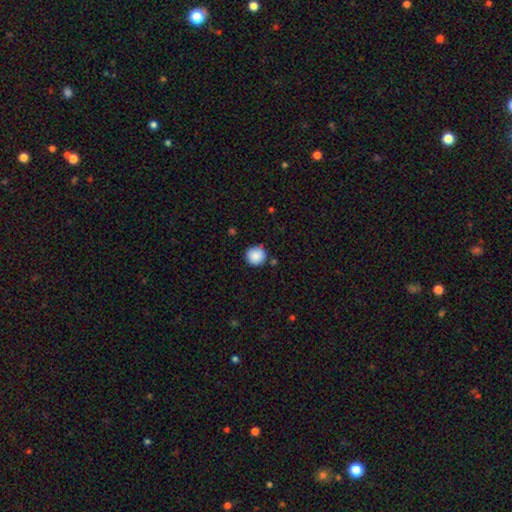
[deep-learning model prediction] Smooth or featured? Predicted: smooth (p=0.88). How rounded? Predicted: round (p=0.95). Merging? Predicted: none (p=0.87).